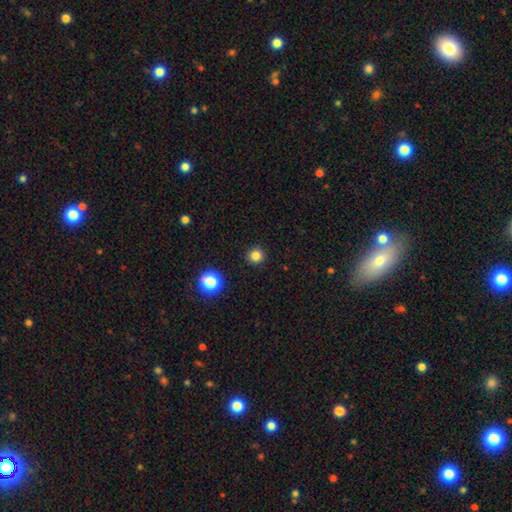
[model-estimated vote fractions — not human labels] smooth_or_featured: smooth (p=0.82) [alt: star or artifact p=0.14]
how_rounded: round (p=0.94) [alt: in between p=0.05]
merging: none (p=0.92) [alt: minor disturbance p=0.05]